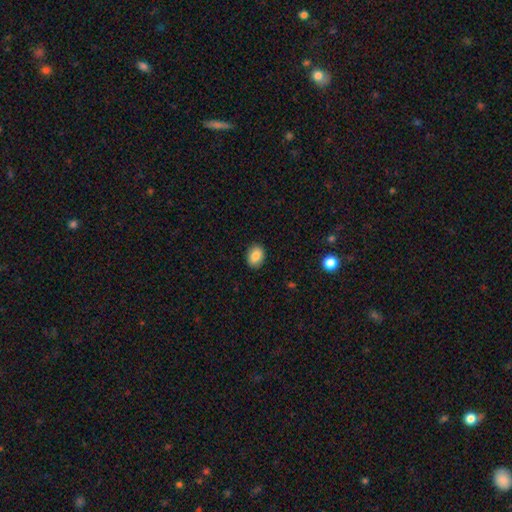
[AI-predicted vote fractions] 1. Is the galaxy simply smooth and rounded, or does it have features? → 85% smooth, 8% star or artifact, 6% featured or disk.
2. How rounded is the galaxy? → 61% in between, 38% round, 1% cigar-shaped.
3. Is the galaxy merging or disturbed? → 90% none, 8% minor disturbance, 2% major disturbance, 1% merger.